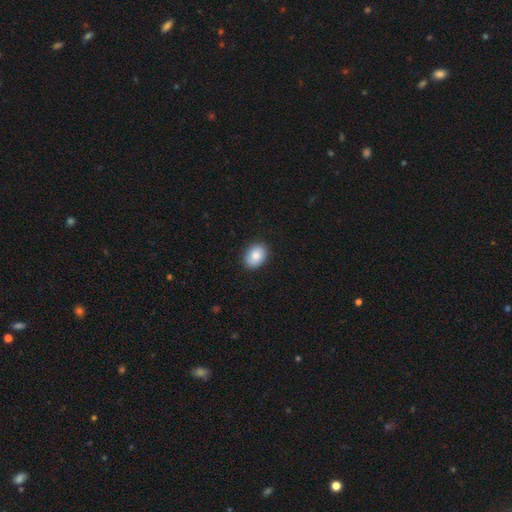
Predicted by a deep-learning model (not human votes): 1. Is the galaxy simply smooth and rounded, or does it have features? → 84% smooth, 9% featured or disk, 7% star or artifact.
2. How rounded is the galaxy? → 71% in between, 28% round, 1% cigar-shaped.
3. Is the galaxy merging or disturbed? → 89% none, 9% minor disturbance, 2% major disturbance, 1% merger.